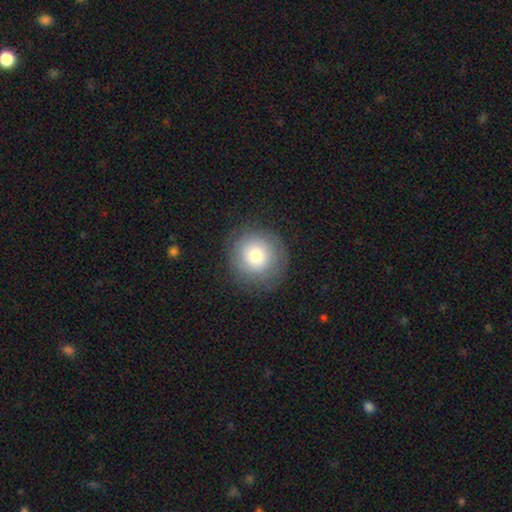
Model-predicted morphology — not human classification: The model was most divided on "smooth or featured": smooth: 75%, featured or disk: 15%, star or artifact: 10%. More confident: how rounded — round (93%); merging — none (84%).